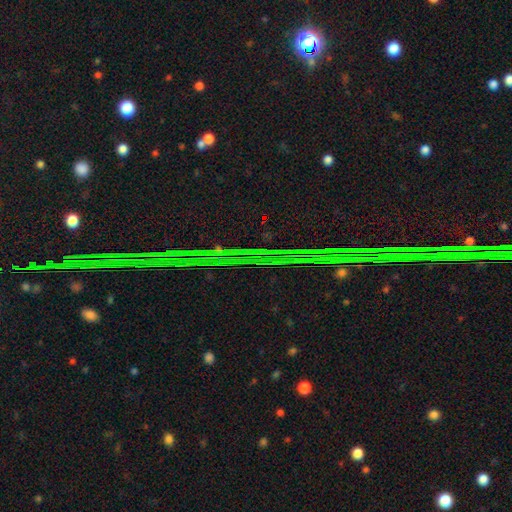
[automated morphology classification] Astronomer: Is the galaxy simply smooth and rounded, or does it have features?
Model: star or artifact — 84%.